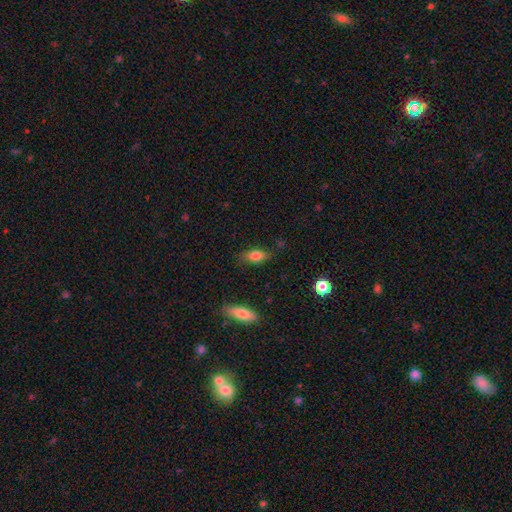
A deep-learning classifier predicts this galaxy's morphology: A smooth galaxy with no disk features (80%) that is in between round and cigar-shaped (82%). Merging: none (79%).